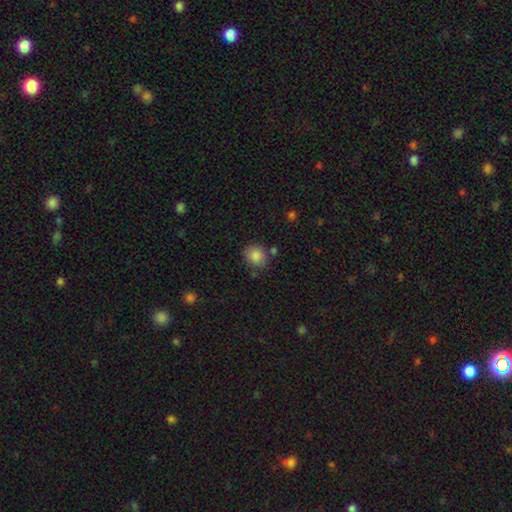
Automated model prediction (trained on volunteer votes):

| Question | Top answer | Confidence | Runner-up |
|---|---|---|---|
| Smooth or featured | smooth | 84% | star or artifact (10%) |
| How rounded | round | 68% | in between (31%) |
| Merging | none | 77% | minor disturbance (13%) |